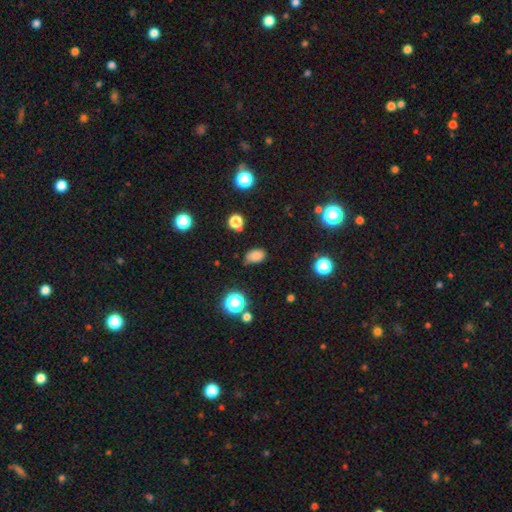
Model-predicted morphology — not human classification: Overall: smooth (79%). How rounded: in between (81%). Merging: none (66%; minor disturbance 26%).